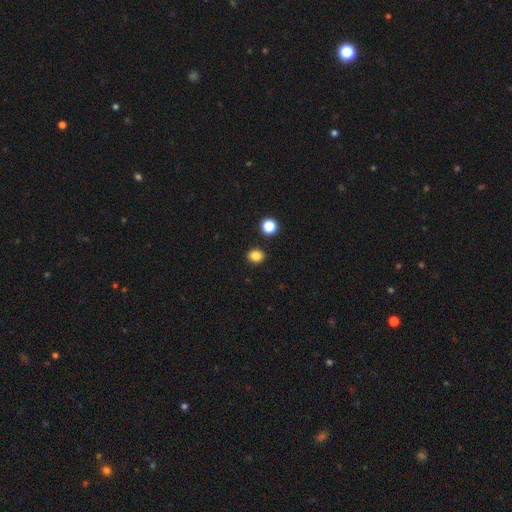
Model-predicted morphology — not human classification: smooth_or_featured: smooth (p=0.83) [alt: star or artifact p=0.12]
how_rounded: round (p=0.74) [alt: in between p=0.25]
merging: none (p=0.89) [alt: minor disturbance p=0.06]